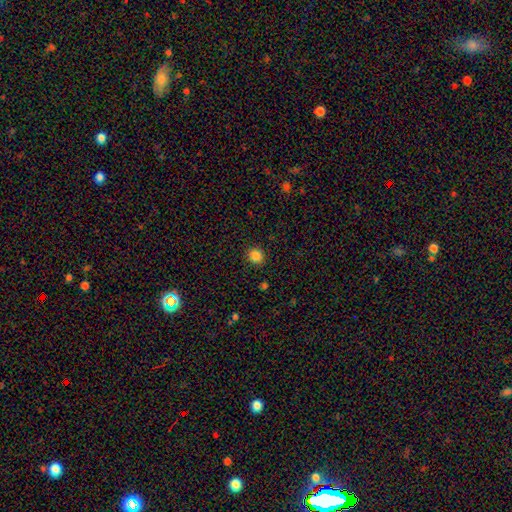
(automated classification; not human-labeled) Smooth or featured?
  - smooth: 85% *
  - star or artifact: 12%
  - featured or disk: 4%
How rounded?
  - round: 87% *
  - in between: 12%
  - cigar-shaped: 1%
Merging?
  - none: 91% *
  - minor disturbance: 6%
  - major disturbance: 2%
  - merger: 1%